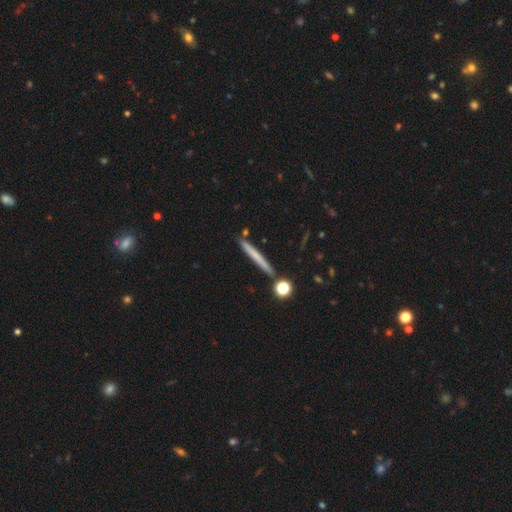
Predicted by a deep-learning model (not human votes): A smooth galaxy with no disk features (61%) that is cigar-shaped (96%).

Vote fractions:
- Smooth or featured? smooth: 61% / featured or disk: 32% / star or artifact: 7%
- How rounded? cigar-shaped: 96% / in between: 2% / round: 2%
- Merging? none: 87% / minor disturbance: 8% / merger: 4% / major disturbance: 2%